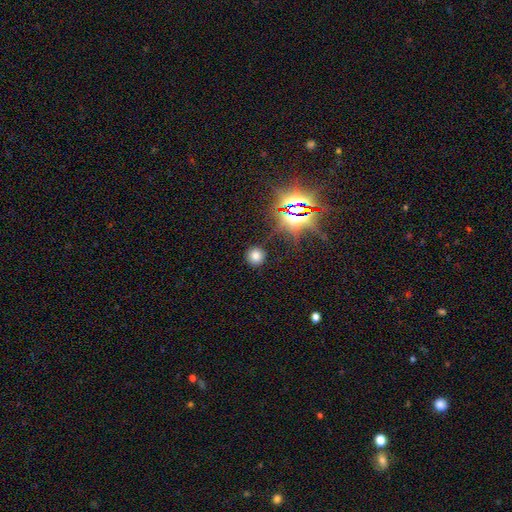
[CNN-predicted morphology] Smooth or featured?
  - smooth: 71% *
  - star or artifact: 21%
  - featured or disk: 7%
How rounded?
  - round: 92% *
  - in between: 6%
  - cigar-shaped: 1%
Merging?
  - none: 88% *
  - minor disturbance: 7%
  - major disturbance: 3%
  - merger: 2%